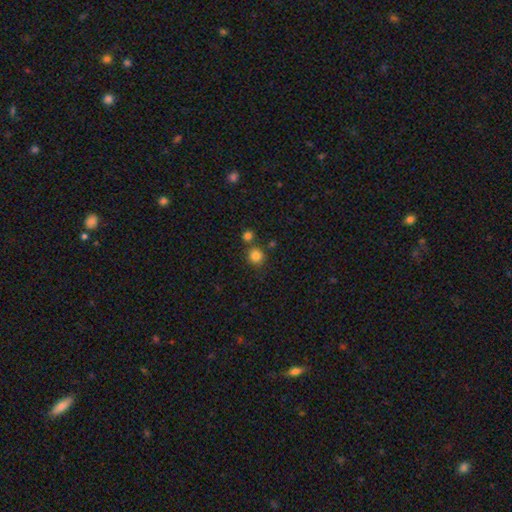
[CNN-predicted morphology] Smooth or featured? smooth (83%)
How rounded? round (93%)
Merging? none (76%)